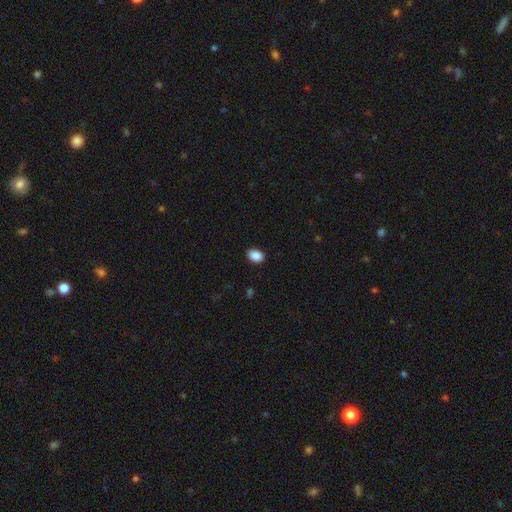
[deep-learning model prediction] This appears to be a smooth galaxy with no disk features (89%) that is in between round and cigar-shaped (82%). Merging: none (86%).